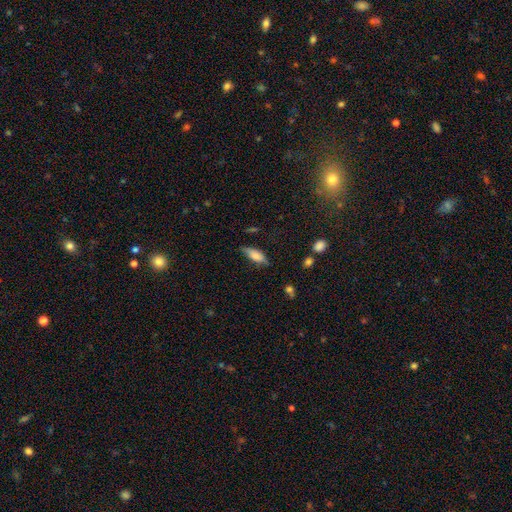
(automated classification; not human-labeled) Smooth or featured: smooth — 73% (featured or disk — 20%)
How rounded: in between — 67% (cigar-shaped — 31%)
Merging: none — 71% (minor disturbance — 23%)